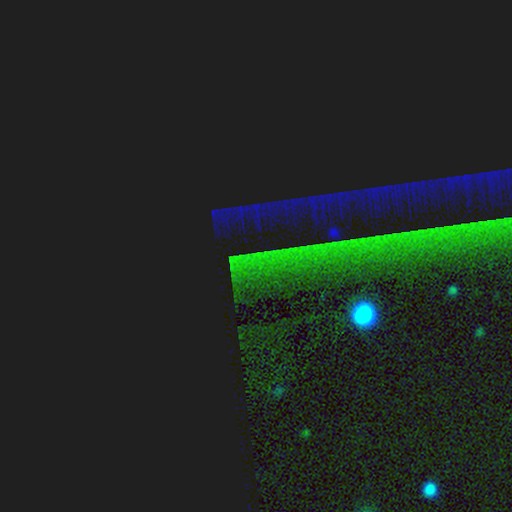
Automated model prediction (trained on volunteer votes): Smooth or featured?
  - star or artifact: 87% *
  - featured or disk: 7%
  - smooth: 6%